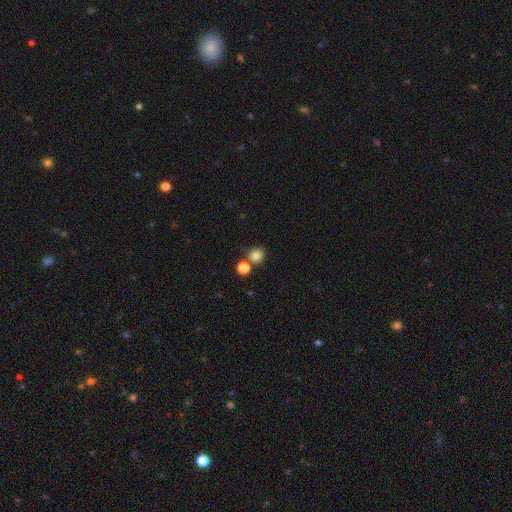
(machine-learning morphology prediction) A smooth galaxy with no disk features (82%) that is round (87%).

Vote fractions:
- Smooth or featured? smooth: 82% / star or artifact: 12% / featured or disk: 6%
- How rounded? round: 87% / in between: 13% / cigar-shaped: 1%
- Merging? none: 68% / merger: 20% / minor disturbance: 9% / major disturbance: 3%